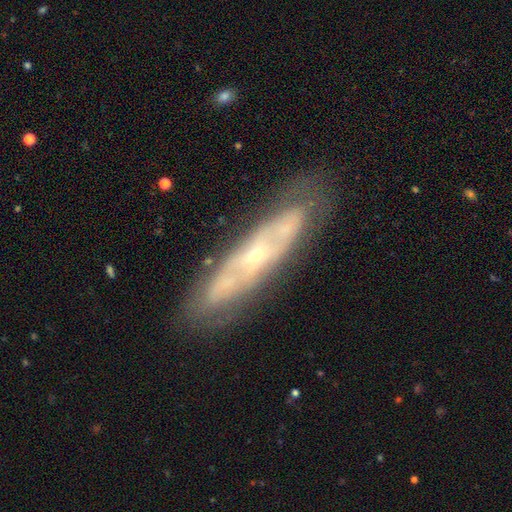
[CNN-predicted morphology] Smooth or featured?
  - featured or disk: 76% *
  - smooth: 18%
  - star or artifact: 7%
Edge-on disk?
  - no: 67% *
  - yes: 33%
Bar?
  - no: 79% *
  - weak: 15%
  - strong: 6%
Spiral arms?
  - yes: 62% *
  - no: 38%
Bulge size?
  - small: 74% *
  - moderate: 23%
  - none: 1%
  - large: 1%
  - dominant: 1%
Merging?
  - none: 79% *
  - minor disturbance: 15%
  - major disturbance: 4%
  - merger: 2%